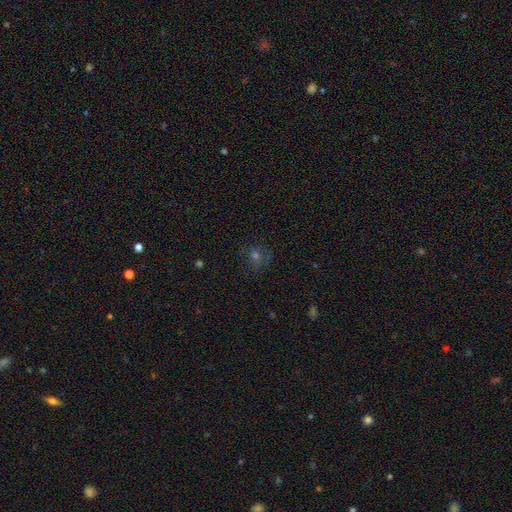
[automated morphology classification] type=smooth (44%); merging=none (77%).